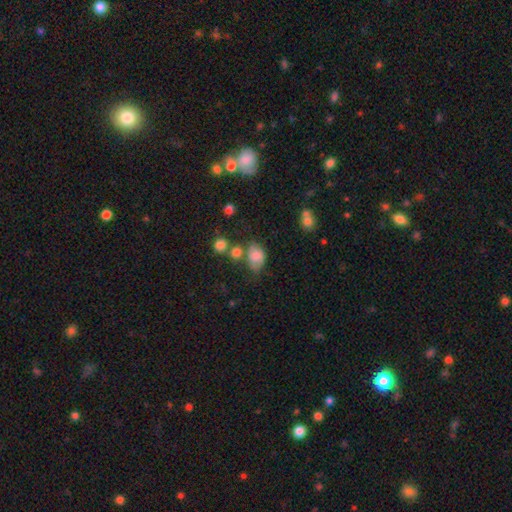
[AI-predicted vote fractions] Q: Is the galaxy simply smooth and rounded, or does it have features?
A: smooth — 70%.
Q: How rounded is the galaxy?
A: in between — 74%.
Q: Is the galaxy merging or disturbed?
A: none — 42%.